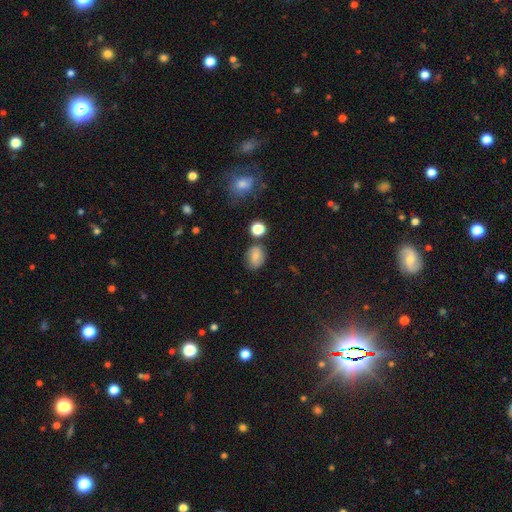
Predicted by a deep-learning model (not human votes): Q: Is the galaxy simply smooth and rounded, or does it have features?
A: smooth — 70%.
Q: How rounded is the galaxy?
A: in between — 62%.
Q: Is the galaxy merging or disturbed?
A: none — 68%.